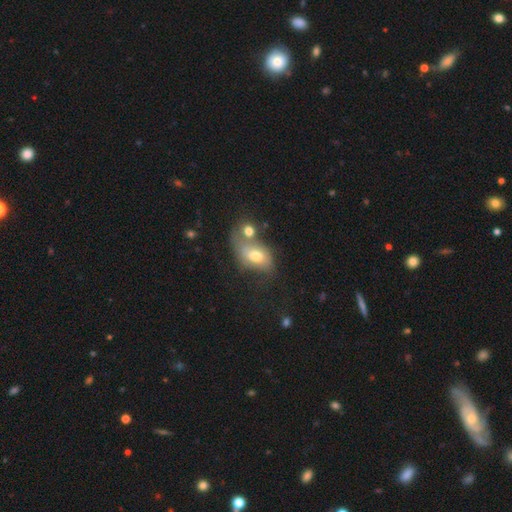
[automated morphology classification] A smooth galaxy with no disk features (62%) that is in between round and cigar-shaped (84%). Merging: merger (44%).